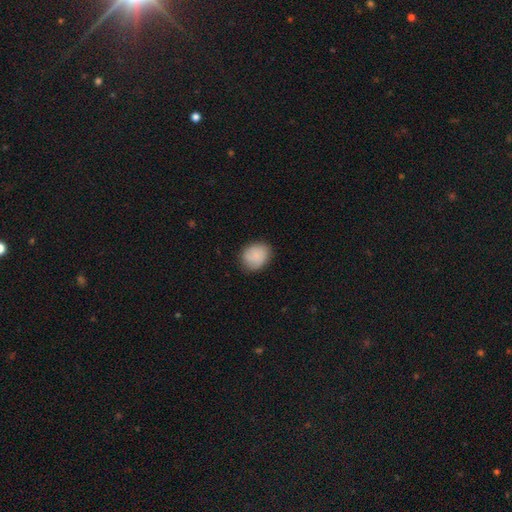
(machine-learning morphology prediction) Smooth or featured? Predicted: smooth (p=0.78). How rounded? Predicted: round (p=0.62). Merging? Predicted: none (p=0.81).